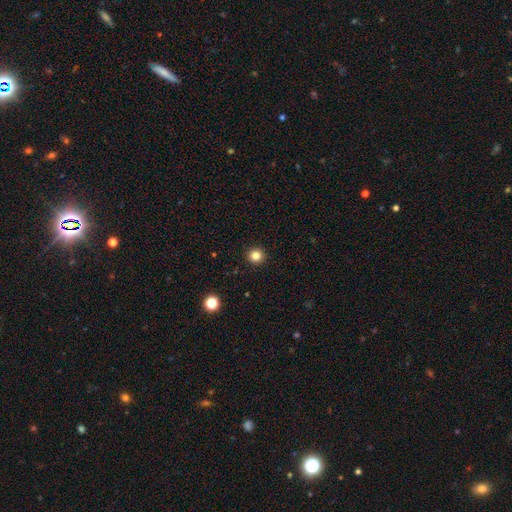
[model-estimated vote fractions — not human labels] A smooth galaxy with no disk features (83%) that is round (95%).

Vote fractions:
- Smooth or featured? smooth: 83% / star or artifact: 12% / featured or disk: 4%
- How rounded? round: 95% / in between: 4% / cigar-shaped: 1%
- Merging? none: 93% / minor disturbance: 4% / major disturbance: 2% / merger: 1%